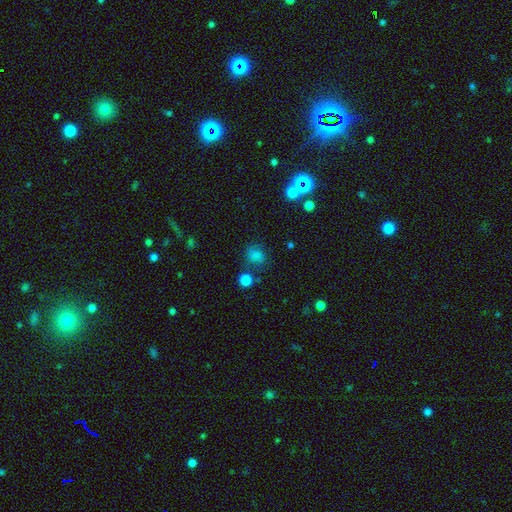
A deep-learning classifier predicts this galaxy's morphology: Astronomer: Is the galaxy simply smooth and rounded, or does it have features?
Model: smooth — 76%.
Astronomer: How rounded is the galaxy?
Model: round — 72%.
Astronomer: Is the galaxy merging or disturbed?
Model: none — 67%.